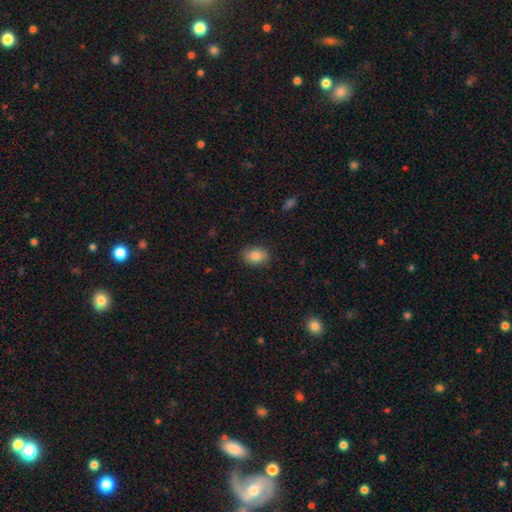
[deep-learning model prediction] The model was most divided on "how rounded": in between: 75%, round: 23%, cigar-shaped: 1%. More confident: merging — none (87%); smooth or featured — smooth (83%).